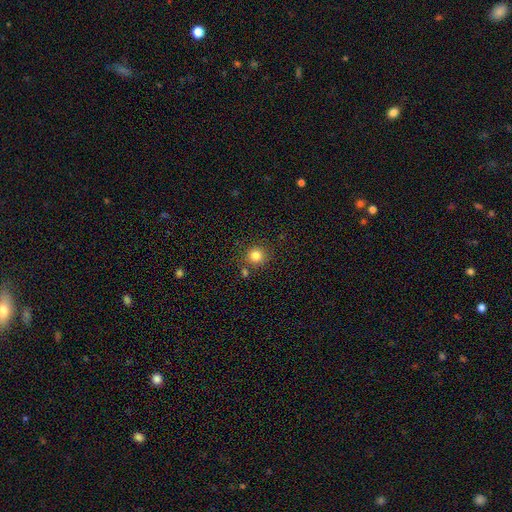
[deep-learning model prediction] A smooth galaxy with no disk features (83%) that is round (92%). Merging: none (80%).